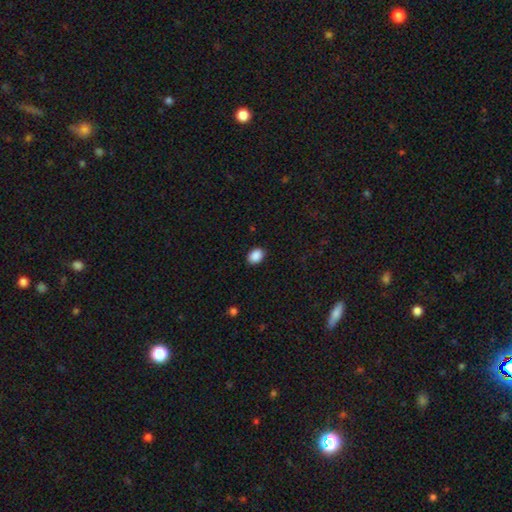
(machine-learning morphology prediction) This appears to be a smooth galaxy with no disk features (90%) that is in between round and cigar-shaped (72%). Merging: none (89%).